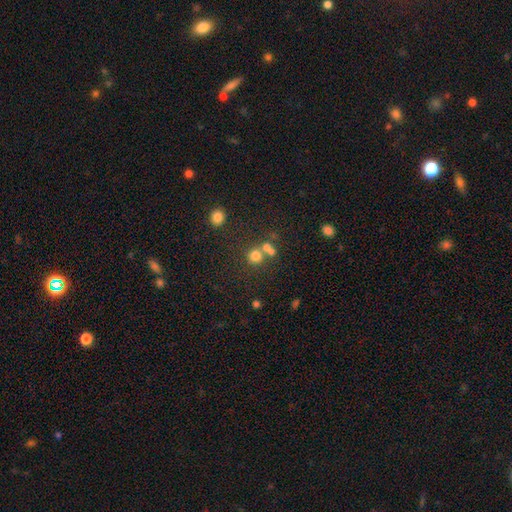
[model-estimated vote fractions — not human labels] This is likely a smooth galaxy (73%). How rounded: clearly round (89%). Merging: possibly none (54%).